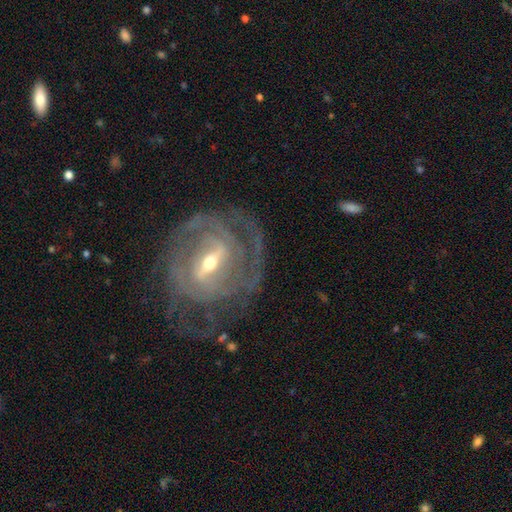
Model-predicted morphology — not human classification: type=featured or disk (86%); edge-on=no (95%); bar=strong (51%); spiral arms=yes (91%); winding=tight (67%); arm count=can't tell (32%, tied with 2); bulge=small (50%); merging=none (71%).